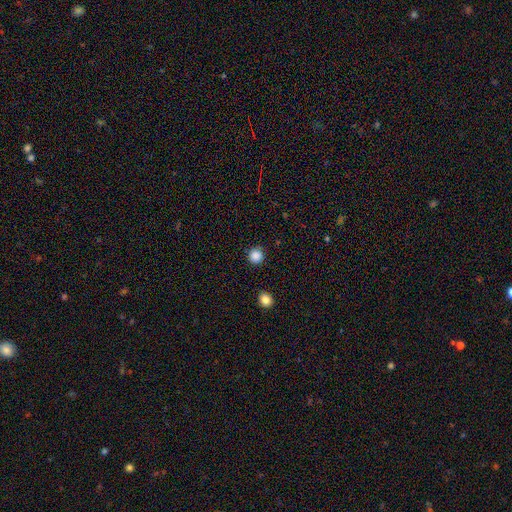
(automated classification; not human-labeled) smooth_or_featured: smooth (p=0.86) [alt: star or artifact p=0.11]
how_rounded: round (p=0.95) [alt: in between p=0.04]
merging: none (p=0.89) [alt: minor disturbance p=0.07]